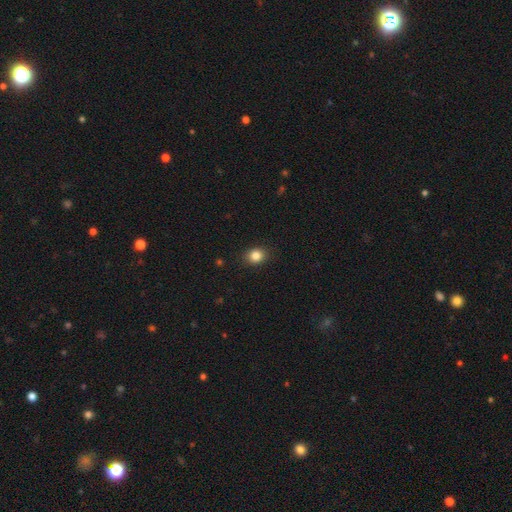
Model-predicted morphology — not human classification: The model was most divided on "how rounded": round: 58%, in between: 41%, cigar-shaped: 1%. More confident: merging — none (88%); smooth or featured — smooth (84%).